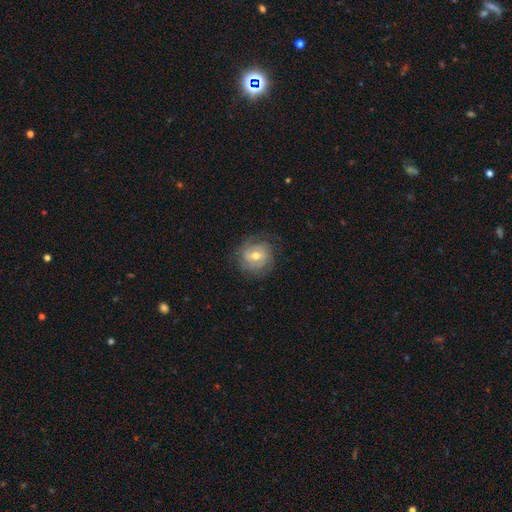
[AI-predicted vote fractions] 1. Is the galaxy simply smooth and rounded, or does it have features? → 60% featured or disk, 33% smooth, 8% star or artifact.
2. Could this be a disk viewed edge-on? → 97% no, 3% yes.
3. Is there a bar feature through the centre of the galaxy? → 48% no, 40% weak, 12% strong.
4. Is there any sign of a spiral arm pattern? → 74% yes, 26% no.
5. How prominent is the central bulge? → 74% moderate, 18% small, 6% large, 1% none, 1% dominant.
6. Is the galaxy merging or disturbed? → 74% none, 17% minor disturbance, 8% major disturbance, 1% merger.